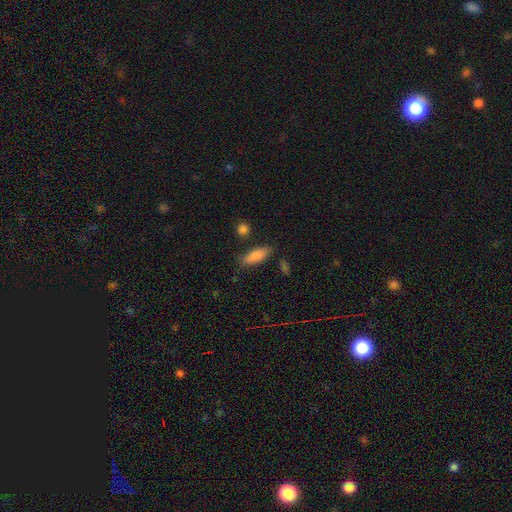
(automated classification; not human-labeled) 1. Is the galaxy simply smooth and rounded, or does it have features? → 85% smooth, 9% featured or disk, 7% star or artifact.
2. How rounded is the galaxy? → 65% in between, 33% cigar-shaped, 2% round.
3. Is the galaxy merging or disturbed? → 80% none, 14% minor disturbance, 3% merger, 3% major disturbance.